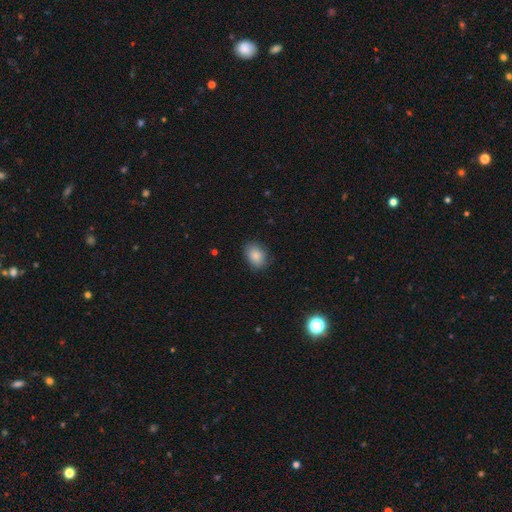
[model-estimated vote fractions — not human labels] Smooth or featured? Predicted: smooth (p=0.87). How rounded? Predicted: in between (p=0.72). Merging? Predicted: none (p=0.81).